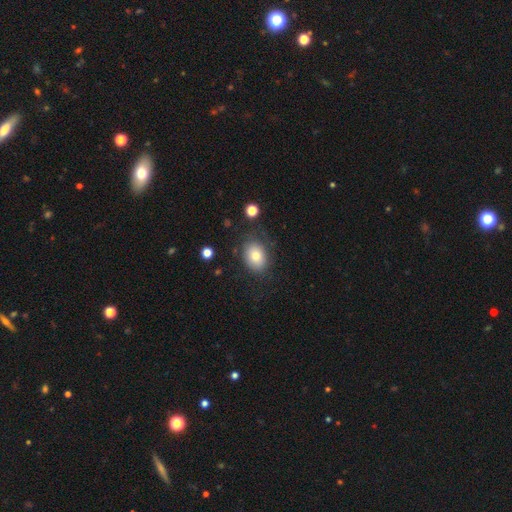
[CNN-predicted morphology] smooth-or-featured: smooth: 77% | featured or disk: 14% | star or artifact: 10%
  how-rounded: in between: 65% | round: 34% | cigar-shaped: 1%
  merging: none: 74% | minor disturbance: 17% | major disturbance: 7% | merger: 2%